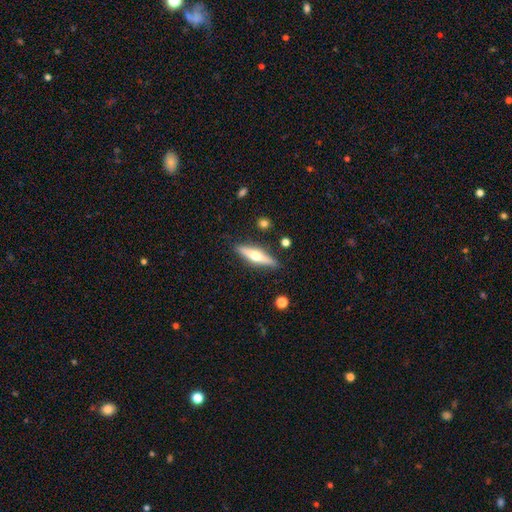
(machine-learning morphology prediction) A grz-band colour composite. It shows a featured or disk galaxy (61%) viewed edge-on (95%) with a rounded central bulge (94%). Merging: none (87%).